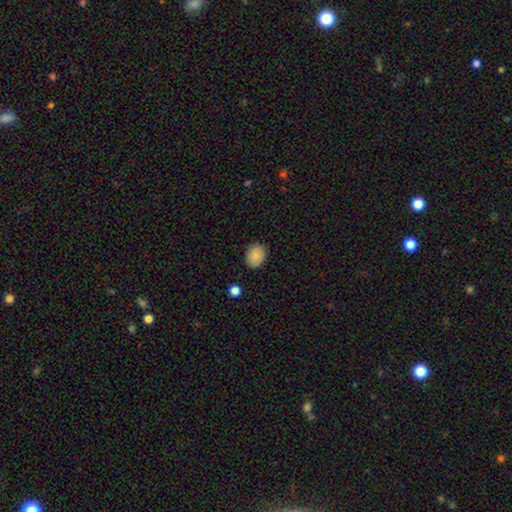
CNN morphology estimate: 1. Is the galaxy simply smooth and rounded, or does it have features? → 88% smooth, 8% star or artifact, 4% featured or disk.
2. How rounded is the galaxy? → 53% in between, 46% round, 1% cigar-shaped.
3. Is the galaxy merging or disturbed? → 87% none, 10% minor disturbance, 2% major disturbance, 1% merger.